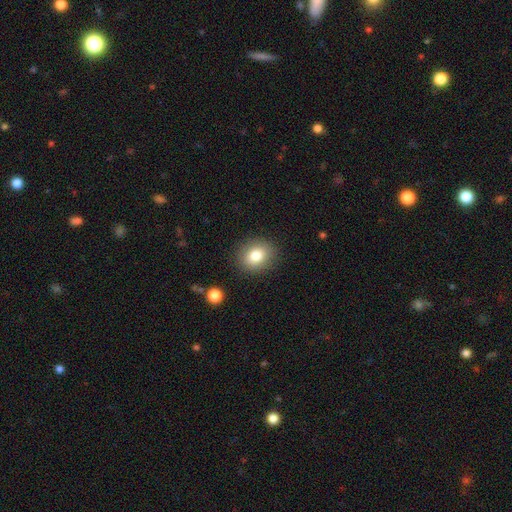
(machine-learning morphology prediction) This is likely a smooth galaxy (80%). How rounded: possibly round (59%). Merging: clearly none (87%).